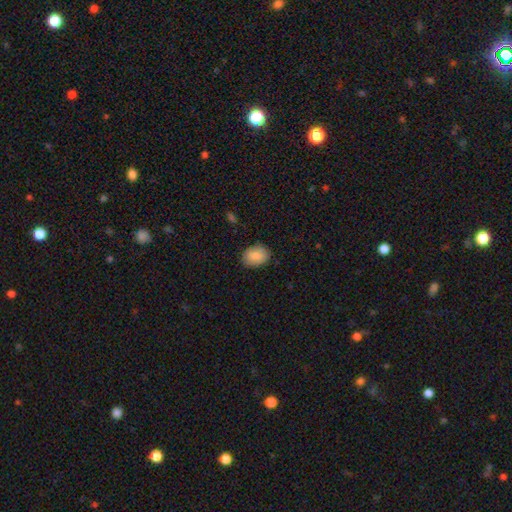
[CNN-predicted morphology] Q: Smooth or featured?
A: smooth (87%); runner-up: star or artifact (7%)
Q: How rounded?
A: in between (72%); runner-up: round (28%)
Q: Merging?
A: none (84%); runner-up: minor disturbance (12%)